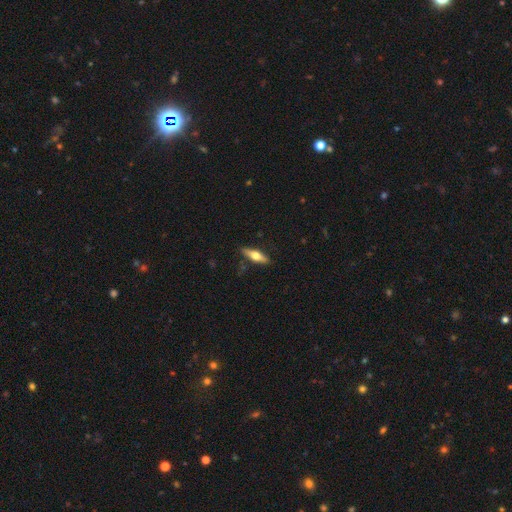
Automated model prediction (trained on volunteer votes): This appears to be a featured or disk galaxy (54%) viewed edge-on (93%) with a rounded central bulge (94%). Merging: none (86%).